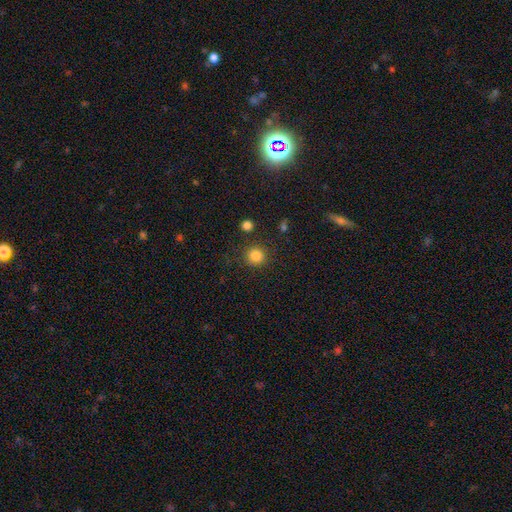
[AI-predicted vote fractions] smooth_or_featured: smooth (p=0.84) [alt: star or artifact p=0.12]
how_rounded: round (p=0.93) [alt: in between p=0.06]
merging: none (p=0.88) [alt: minor disturbance p=0.07]